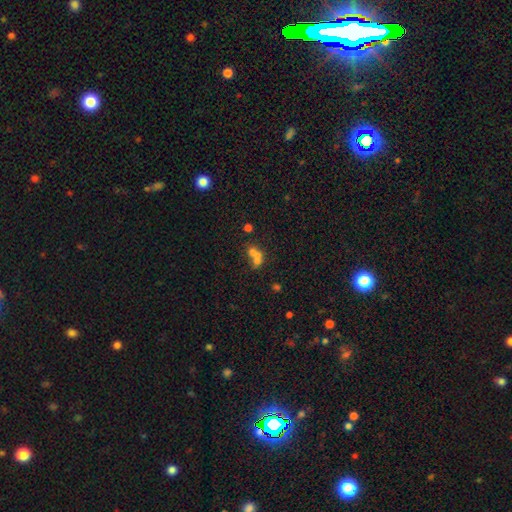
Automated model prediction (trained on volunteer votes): Morphology: type=smooth (58%); roundness=round (62%); merging=merger (65%).